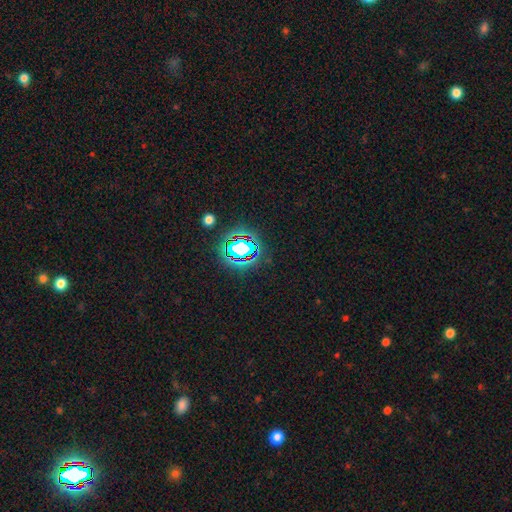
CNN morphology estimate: Smooth or featured? Predicted: star or artifact (p=0.79).